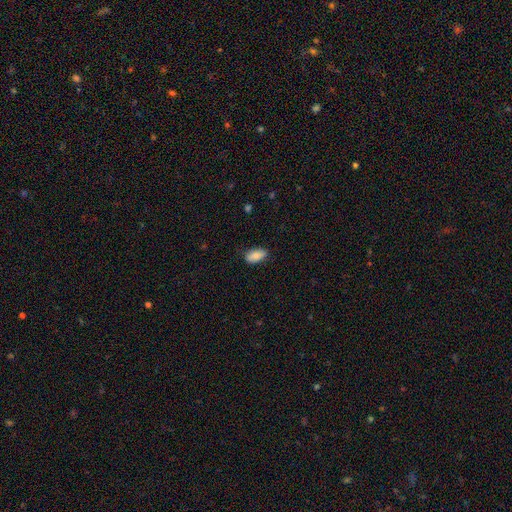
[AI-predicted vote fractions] Morphology: type=smooth (82%); roundness=in between (93%); merging=none (82%).